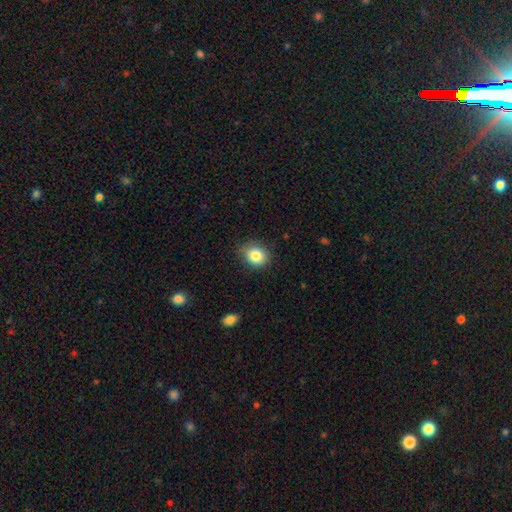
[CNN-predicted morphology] Overall: smooth (84%). How rounded: round (62%; in between 37%). Merging: none (83%).